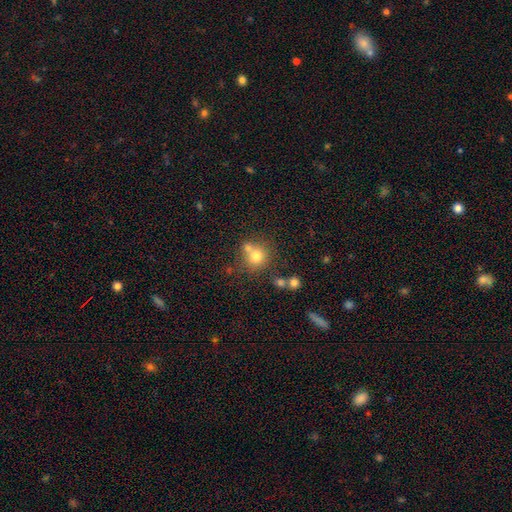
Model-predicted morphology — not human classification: A smooth galaxy with no disk features (74%) that is round (85%). Merging: none (53%).